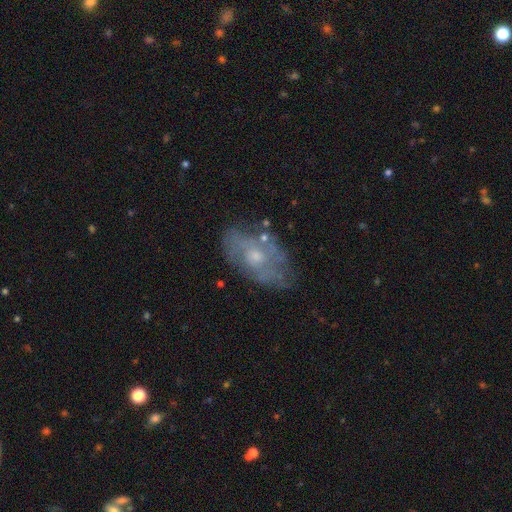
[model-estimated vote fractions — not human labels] Smooth or featured? Predicted: featured or disk (p=0.61). Edge-on disk? Predicted: no (p=0.91). Bar? Predicted: no (p=0.80). Spiral arms? Predicted: no (p=0.51). Bulge size? Predicted: moderate (p=0.47). Merging? Predicted: none (p=0.69).